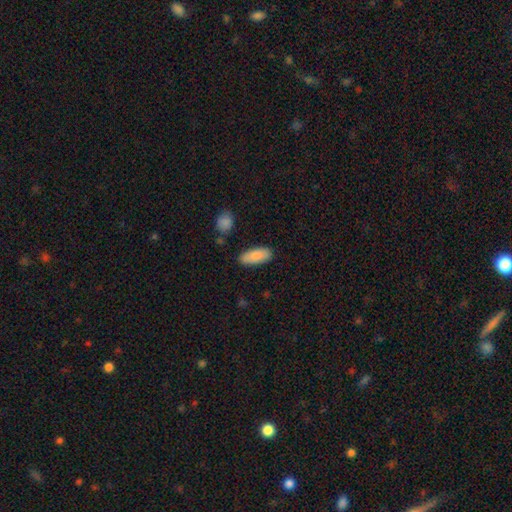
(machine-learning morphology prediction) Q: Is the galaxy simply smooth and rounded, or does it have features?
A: smooth — 87%.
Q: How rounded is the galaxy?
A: in between — 84%.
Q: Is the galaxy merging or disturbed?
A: none — 84%.